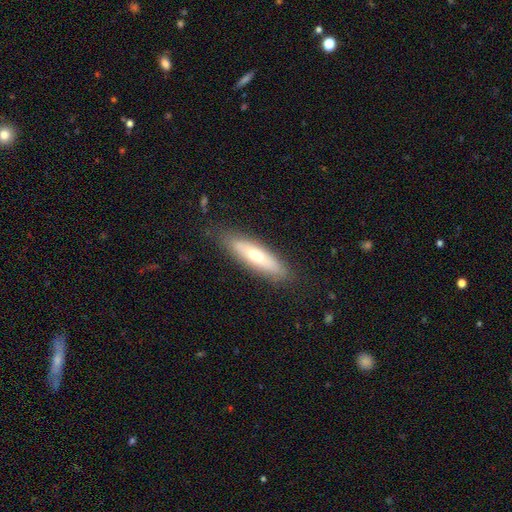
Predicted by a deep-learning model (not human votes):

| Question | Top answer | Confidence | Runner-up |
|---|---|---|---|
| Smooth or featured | smooth | 53% | featured or disk (39%) |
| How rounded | cigar-shaped | 72% | in between (26%) |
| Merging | none | 84% | minor disturbance (12%) |